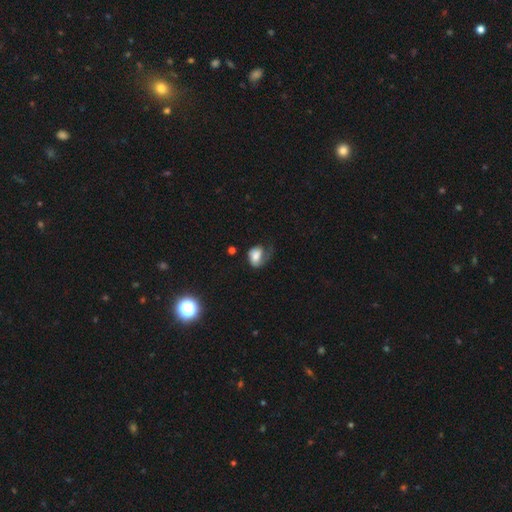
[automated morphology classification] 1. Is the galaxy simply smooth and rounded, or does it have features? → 62% smooth, 29% featured or disk, 9% star or artifact.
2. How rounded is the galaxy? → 72% in between, 27% round, 1% cigar-shaped.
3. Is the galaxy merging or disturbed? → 44% major disturbance, 28% none, 25% minor disturbance, 3% merger.